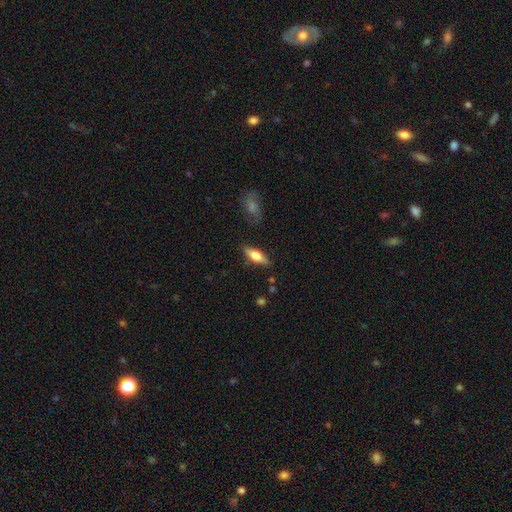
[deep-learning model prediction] smooth_or_featured: smooth (p=0.63) [alt: featured or disk p=0.30]
how_rounded: in between (p=0.61) [alt: cigar-shaped p=0.36]
merging: none (p=0.83) [alt: minor disturbance p=0.12]